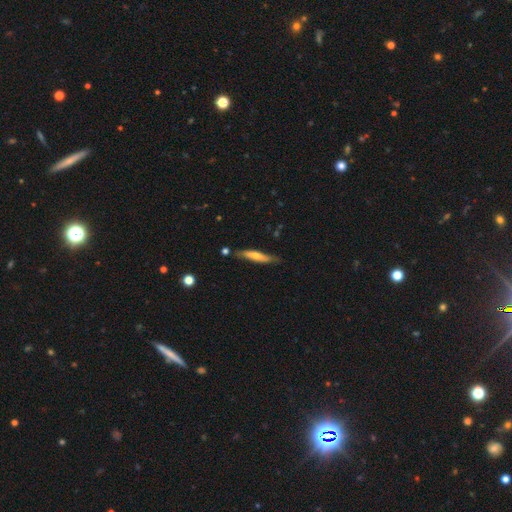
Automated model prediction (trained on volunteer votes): This appears to be a smooth galaxy with no disk features (50%). Merging: none (75%).